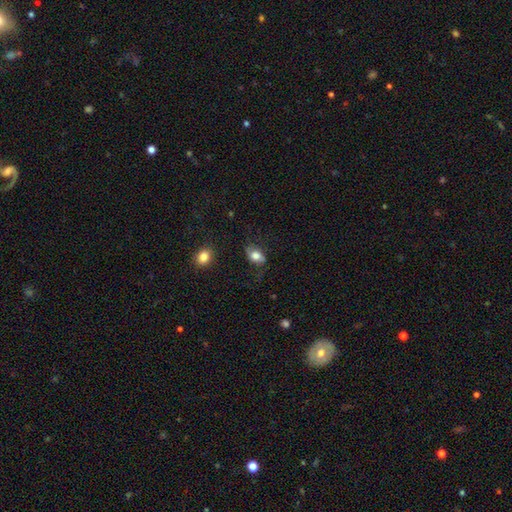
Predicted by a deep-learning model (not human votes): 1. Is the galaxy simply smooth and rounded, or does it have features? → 69% smooth, 23% featured or disk, 9% star or artifact.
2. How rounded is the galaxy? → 82% in between, 16% round, 2% cigar-shaped.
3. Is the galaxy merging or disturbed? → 61% none, 24% minor disturbance, 13% major disturbance, 2% merger.